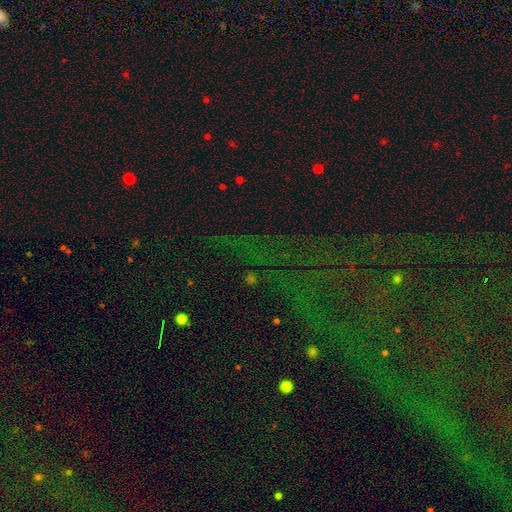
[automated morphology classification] This appears to be a star or artifact, not a galaxy (80%).